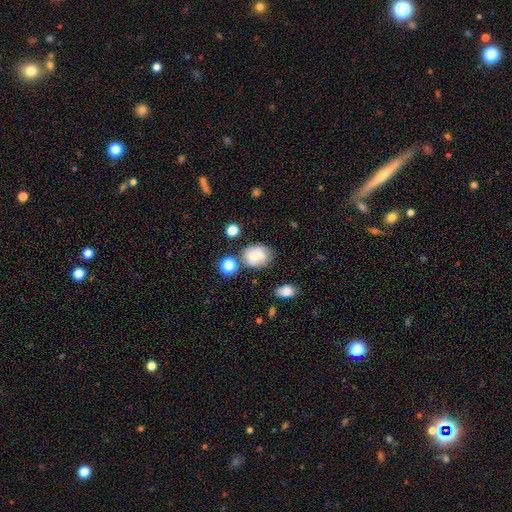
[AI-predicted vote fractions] Morphology: type=smooth (67%); roundness=in between (54%); merging=none (66%).